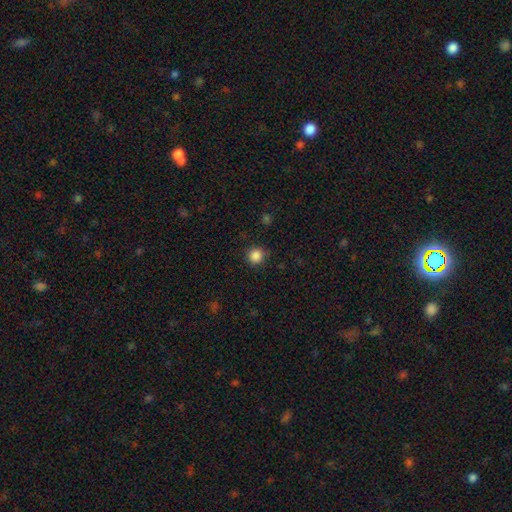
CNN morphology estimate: Smooth or featured: smooth — 86% (star or artifact — 11%)
How rounded: round — 92% (in between — 7%)
Merging: none — 87% (minor disturbance — 9%)